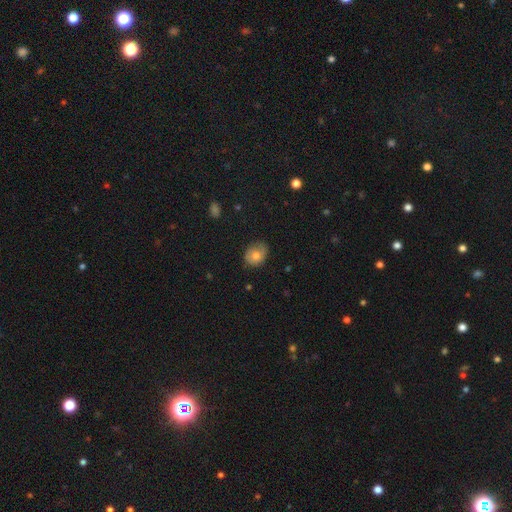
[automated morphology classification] type=smooth (70%); roundness=in between (53%); merging=none (66%).